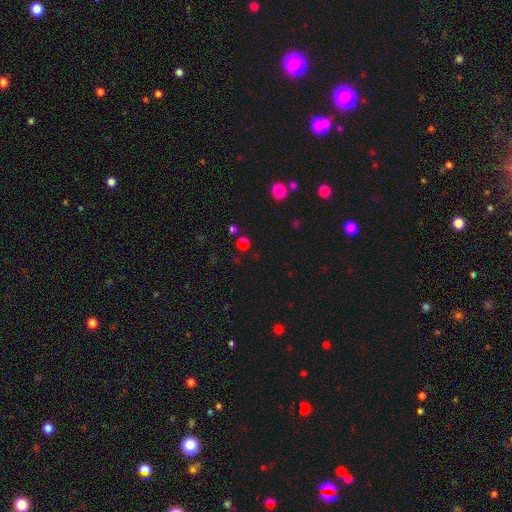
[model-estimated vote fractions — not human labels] Smooth or featured? Predicted: smooth (p=0.58). How rounded? Predicted: round (p=0.84). Merging? Predicted: none (p=0.72).